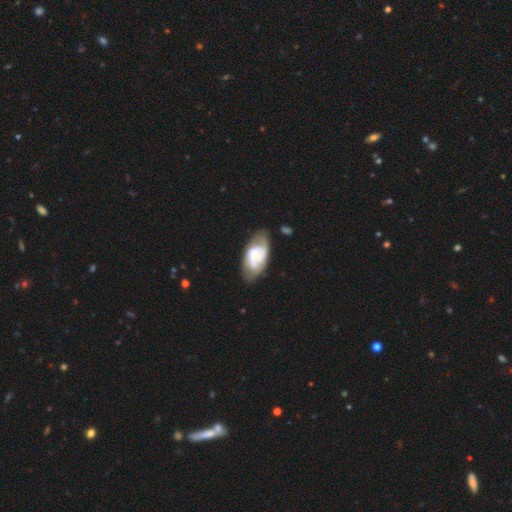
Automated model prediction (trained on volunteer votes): Morphology: type=featured or disk (67%); edge-on=no (95%); bar=no (61%); spiral arms=yes (73%); bulge=small (50%); merging=none (62%).